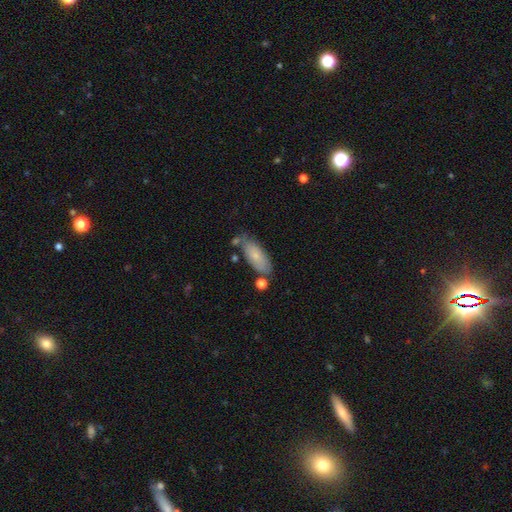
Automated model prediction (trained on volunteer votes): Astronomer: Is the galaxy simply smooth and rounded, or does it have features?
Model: smooth — 74%.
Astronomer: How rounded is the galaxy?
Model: in between — 80%.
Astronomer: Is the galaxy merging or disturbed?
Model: none — 66%.